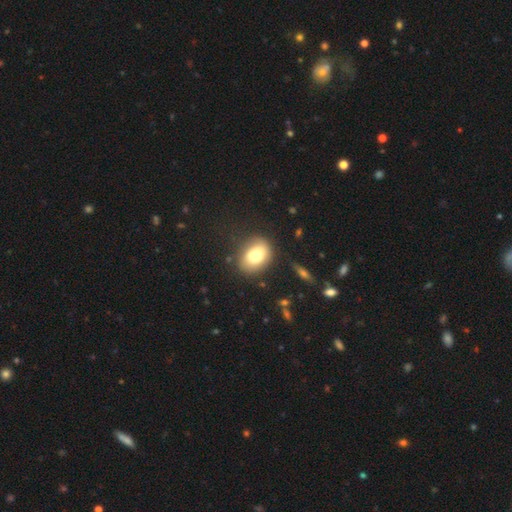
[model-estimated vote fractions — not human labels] smooth 76%, featured or disk 15%, star or artifact 9%. Down the decision tree: how rounded — in between (66%); merging — none (77%).